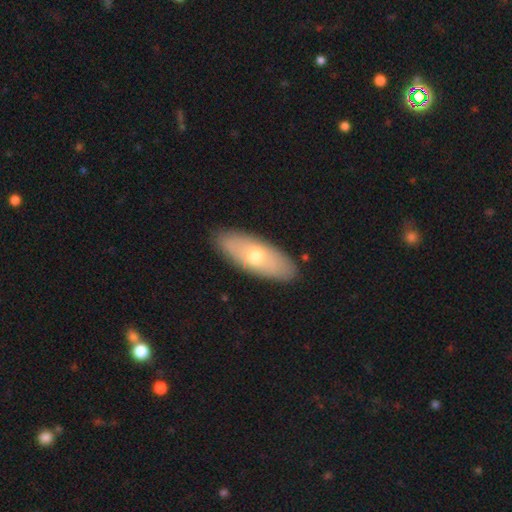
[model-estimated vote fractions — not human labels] The model was most divided on "smooth or featured": smooth: 55%, featured or disk: 39%, star or artifact: 6%. More confident: merging — none (89%); how rounded — in between (69%).